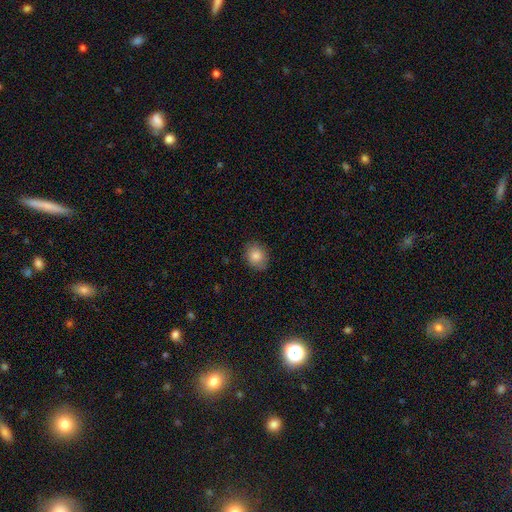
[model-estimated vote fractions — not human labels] This appears to be a smooth galaxy with no disk features (84%) that is in between round and cigar-shaped (52%). Merging: none (86%).